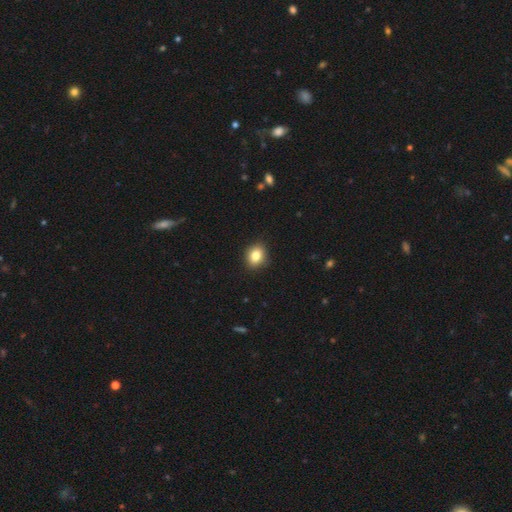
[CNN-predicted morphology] A smooth galaxy with no disk features (84%) that is round (53%).

Vote fractions:
- Smooth or featured? smooth: 84% / star or artifact: 10% / featured or disk: 7%
- How rounded? round: 53% / in between: 46% / cigar-shaped: 1%
- Merging? none: 89% / minor disturbance: 8% / major disturbance: 2% / merger: 1%